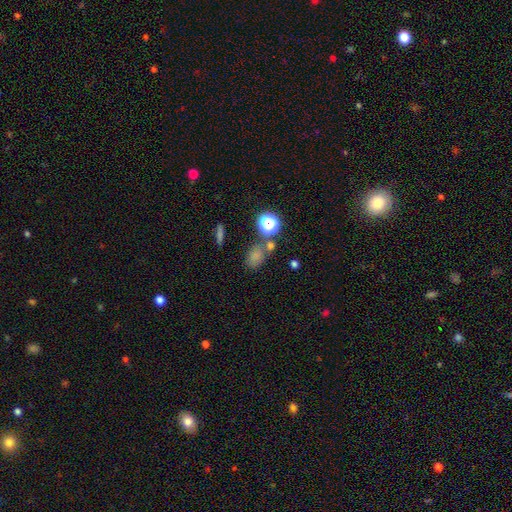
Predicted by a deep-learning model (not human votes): Smooth or featured? smooth (71%)
How rounded? in between (66%)
Merging? none (58%)